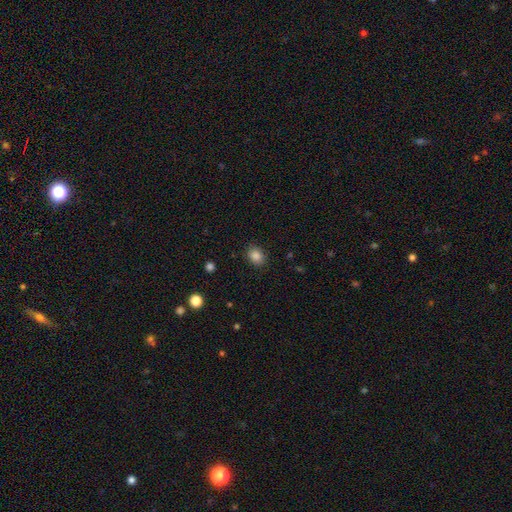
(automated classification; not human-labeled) smooth_or_featured: smooth (p=0.86) [alt: star or artifact p=0.10]
how_rounded: in between (p=0.53) [alt: round p=0.46]
merging: none (p=0.88) [alt: minor disturbance p=0.09]